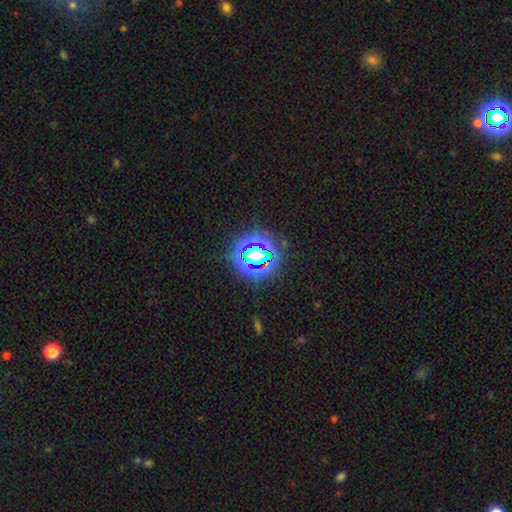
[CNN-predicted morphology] Smooth or featured? Predicted: star or artifact (p=0.60).